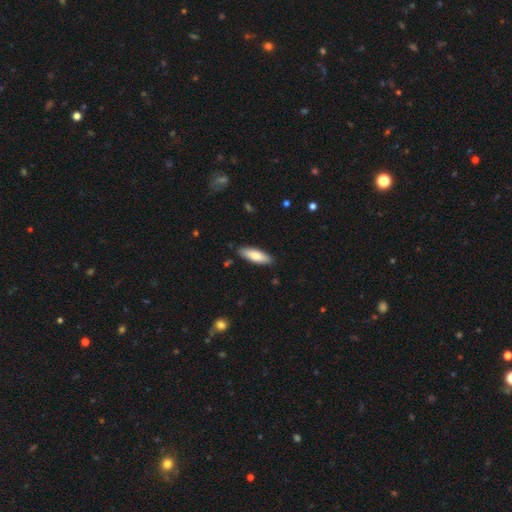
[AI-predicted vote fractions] A smooth galaxy with no disk features (77%) that is in between round and cigar-shaped (60%).

Vote fractions:
- Smooth or featured? smooth: 77% / featured or disk: 17% / star or artifact: 5%
- How rounded? in between: 60% / cigar-shaped: 38% / round: 2%
- Merging? none: 88% / minor disturbance: 9% / major disturbance: 2% / merger: 1%